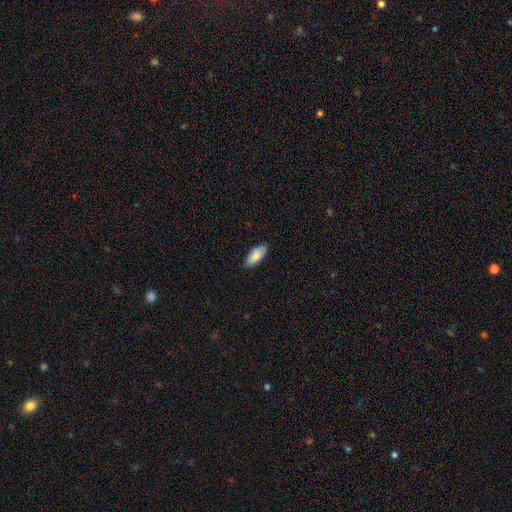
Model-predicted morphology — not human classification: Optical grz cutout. It shows a smooth galaxy with no disk features (88%) that is in between round and cigar-shaped (84%). Merging: none (86%).